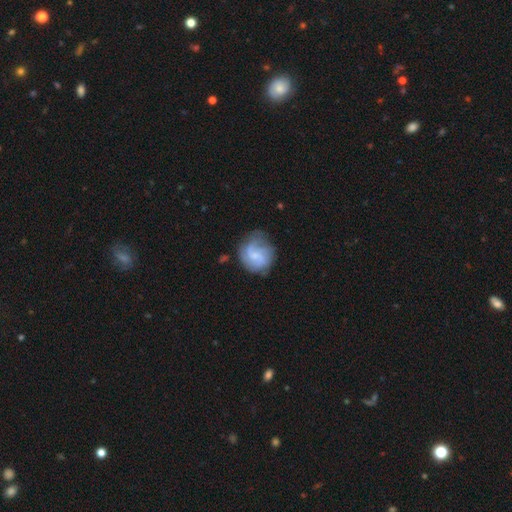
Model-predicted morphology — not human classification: featured or disk 66%, smooth 27%, star or artifact 7%. Down the decision tree: edge-on disk — no (98%); bar — no (48%); spiral arms — yes (90%); spiral arm count — 2 (41%); spiral winding — medium (44%); bulge size — small (49%); merging — none (60%).